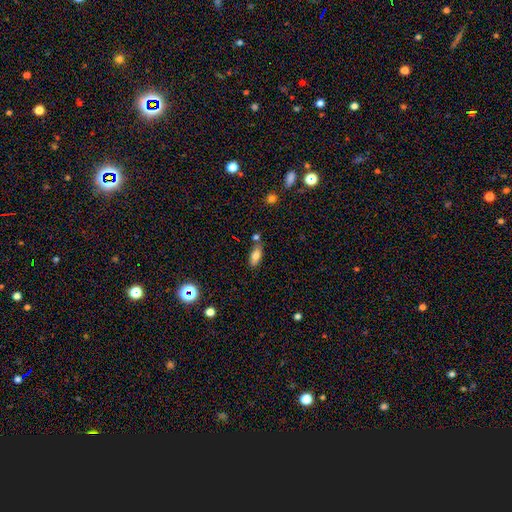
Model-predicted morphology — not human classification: A smooth galaxy with no disk features (76%) that is in between round and cigar-shaped (83%).

Vote fractions:
- Smooth or featured? smooth: 76% / featured or disk: 14% / star or artifact: 9%
- How rounded? in between: 83% / cigar-shaped: 14% / round: 3%
- Merging? none: 67% / minor disturbance: 15% / merger: 15% / major disturbance: 4%